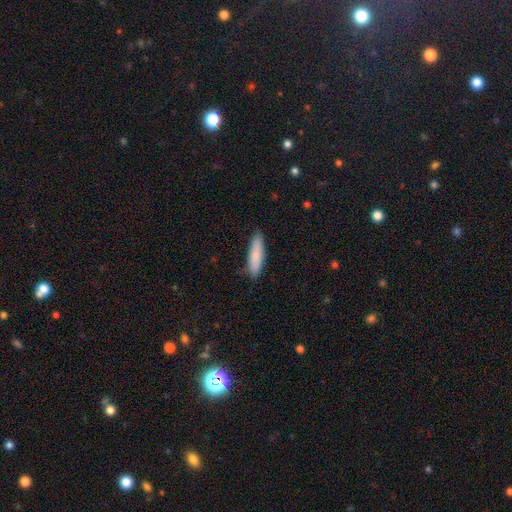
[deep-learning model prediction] Overall: smooth (85%). How rounded: cigar-shaped (70%). Merging: none (84%).